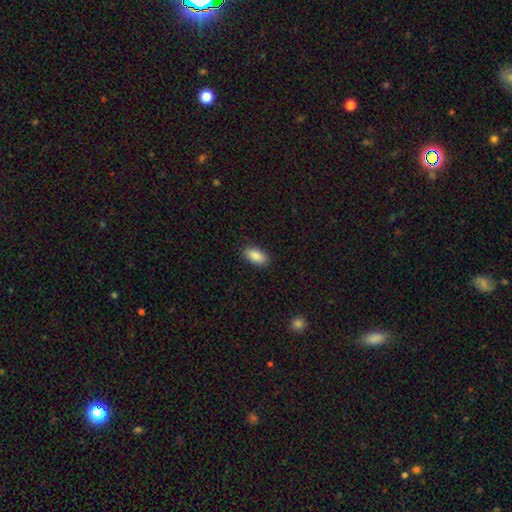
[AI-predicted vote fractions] This appears to be a smooth galaxy with no disk features (89%) that is in between round and cigar-shaped (91%). Merging: none (88%).